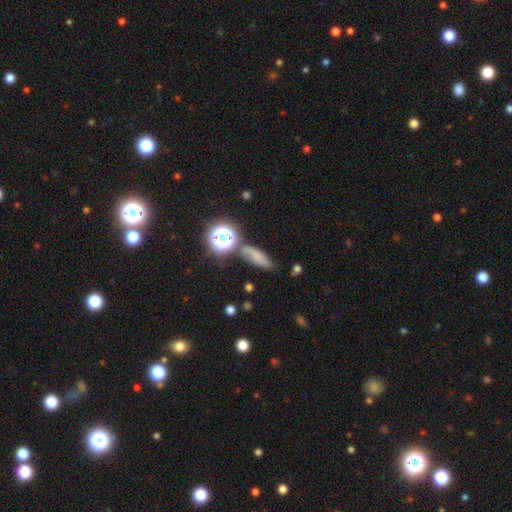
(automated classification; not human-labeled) smooth-or-featured: smooth: 57% | star or artifact: 24% | featured or disk: 19%
  how-rounded: in between: 51% | cigar-shaped: 33% | round: 17%
  merging: none: 62% | minor disturbance: 20% | merger: 10% | major disturbance: 8%